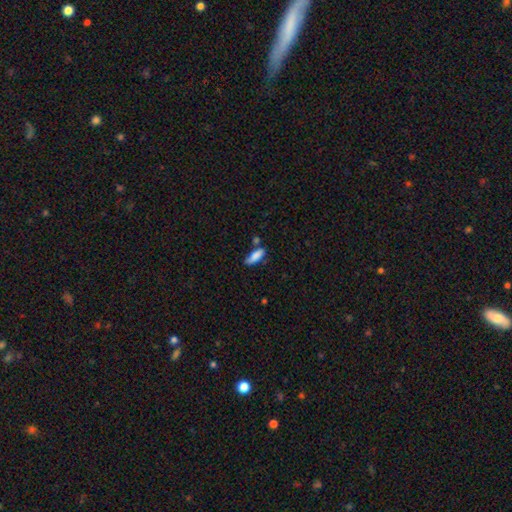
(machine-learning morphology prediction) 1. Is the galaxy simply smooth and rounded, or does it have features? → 85% smooth, 8% featured or disk, 7% star or artifact.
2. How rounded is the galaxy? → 62% in between, 36% cigar-shaped, 2% round.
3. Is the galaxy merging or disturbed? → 62% none, 23% minor disturbance, 10% merger, 5% major disturbance.